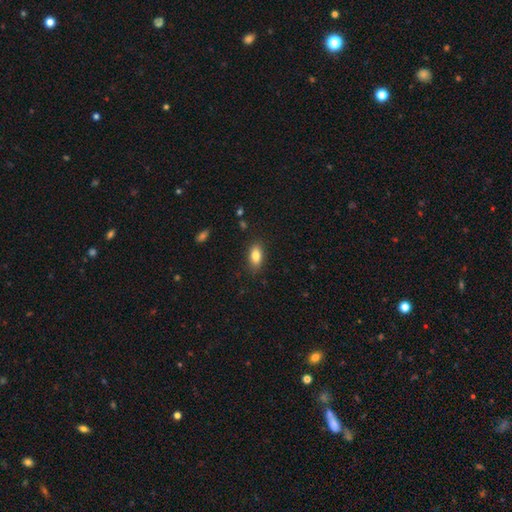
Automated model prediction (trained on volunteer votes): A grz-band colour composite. It shows a smooth galaxy with no disk features (84%) that is in between round and cigar-shaped (88%). Merging: none (85%).